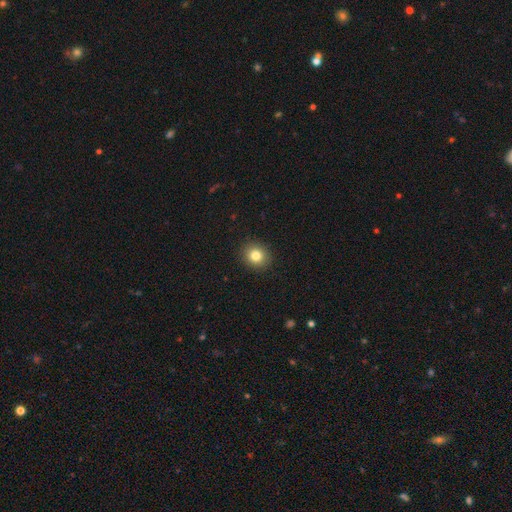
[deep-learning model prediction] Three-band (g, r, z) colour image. It shows a smooth galaxy with no disk features (82%) that is round (75%). Merging: none (91%).